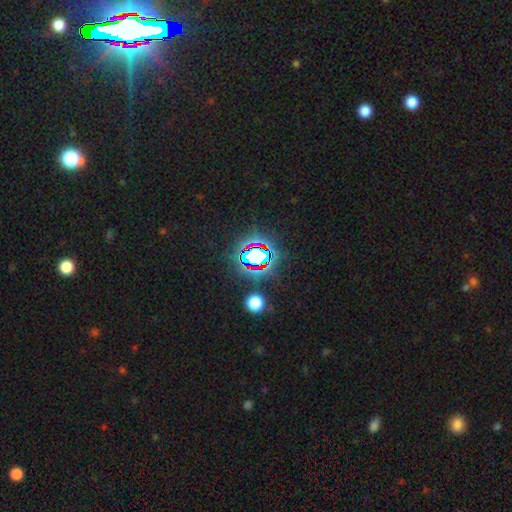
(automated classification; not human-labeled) Smooth or featured? Predicted: star or artifact (p=0.72).